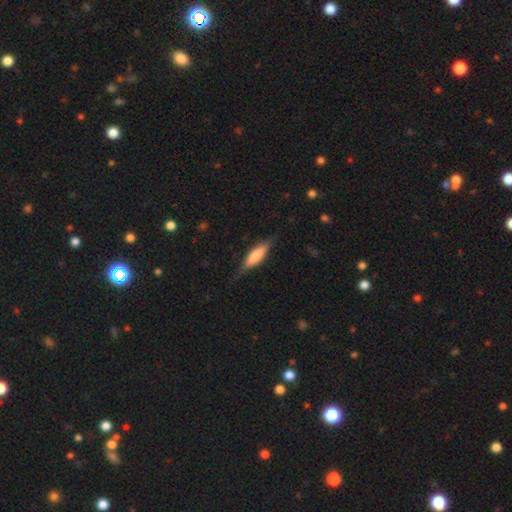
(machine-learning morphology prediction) The model was most divided on "how rounded": cigar-shaped: 58%, in between: 40%, round: 2%. More confident: merging — none (75%); smooth or featured — smooth (65%).